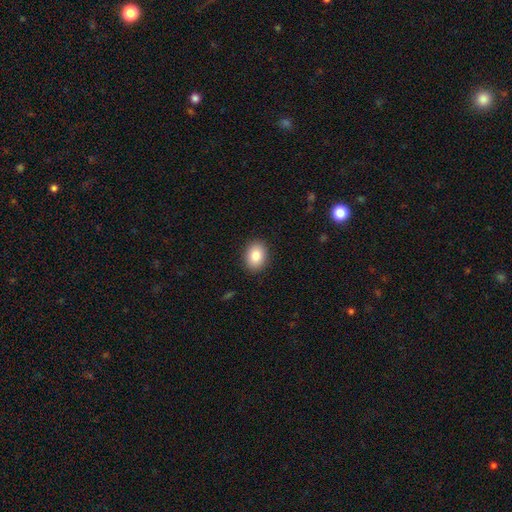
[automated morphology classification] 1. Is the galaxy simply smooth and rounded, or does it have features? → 85% smooth, 8% star or artifact, 7% featured or disk.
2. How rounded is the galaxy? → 70% in between, 29% round, 1% cigar-shaped.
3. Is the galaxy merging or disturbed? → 89% none, 8% minor disturbance, 2% major disturbance, 1% merger.